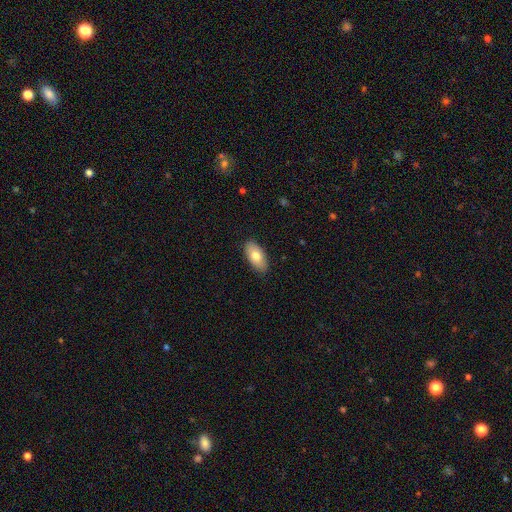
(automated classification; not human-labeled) Smooth or featured?
  - smooth: 76% *
  - featured or disk: 18%
  - star or artifact: 6%
How rounded?
  - in between: 94% *
  - cigar-shaped: 4%
  - round: 3%
Merging?
  - none: 88% *
  - minor disturbance: 9%
  - major disturbance: 2%
  - merger: 1%